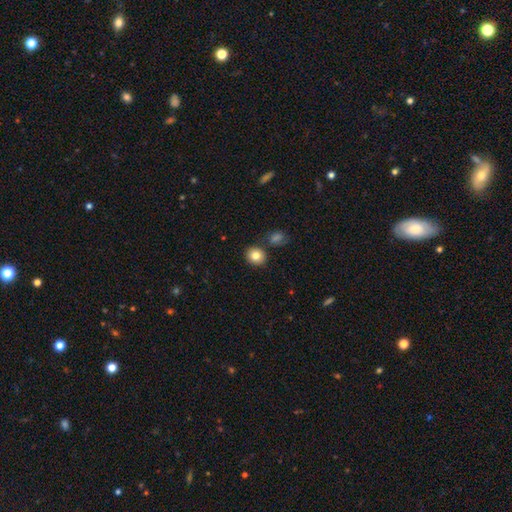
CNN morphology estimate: Q: Smooth or featured?
A: smooth (83%); runner-up: star or artifact (10%)
Q: How rounded?
A: round (82%); runner-up: in between (17%)
Q: Merging?
A: none (84%); runner-up: minor disturbance (8%)